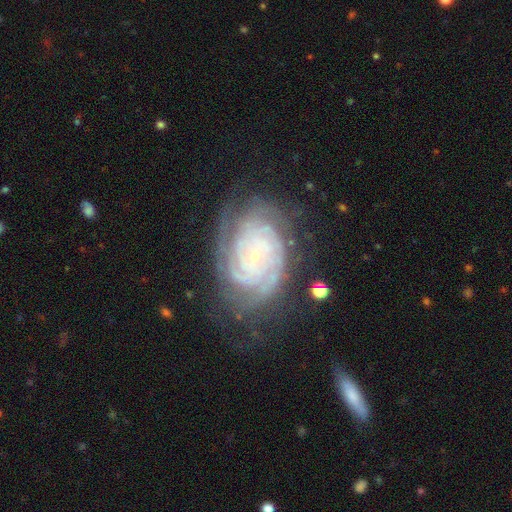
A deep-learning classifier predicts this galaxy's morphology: This is clearly a featured or disk galaxy (88%). It is clearly not viewed edge-on (97%). Bar: likely no (77%). Spiral arm pattern: clearly yes (98%). Spiral arm count: marginally can't tell (25%). Spiral winding: clearly tight (82%). Central bulge: clearly small (85%). Merging: likely none (71%).